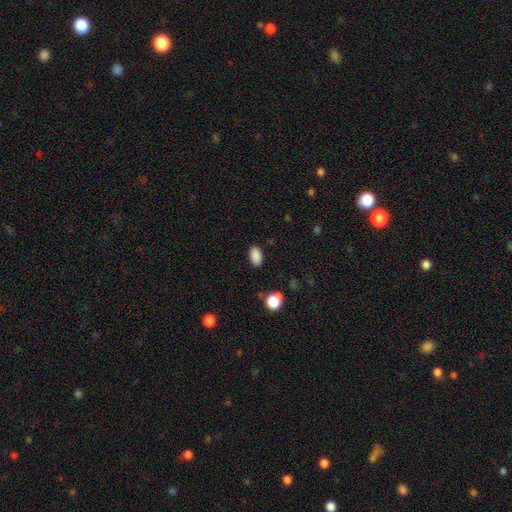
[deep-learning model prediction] Q: Smooth or featured?
A: smooth (88%); runner-up: star or artifact (9%)
Q: How rounded?
A: in between (90%); runner-up: round (9%)
Q: Merging?
A: none (86%); runner-up: minor disturbance (10%)